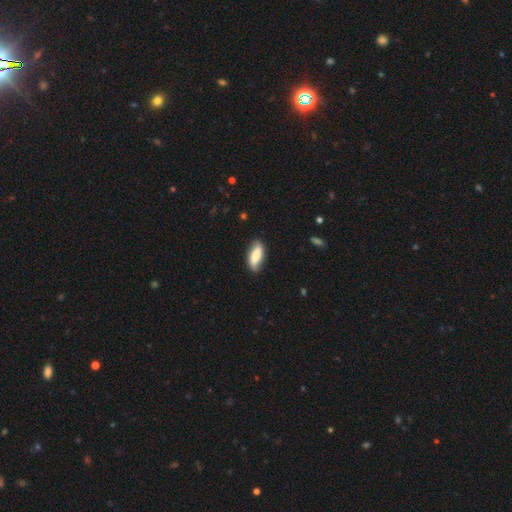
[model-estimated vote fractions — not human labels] Q: Smooth or featured?
A: smooth (70%); runner-up: featured or disk (24%)
Q: How rounded?
A: in between (78%); runner-up: cigar-shaped (20%)
Q: Merging?
A: none (81%); runner-up: minor disturbance (15%)